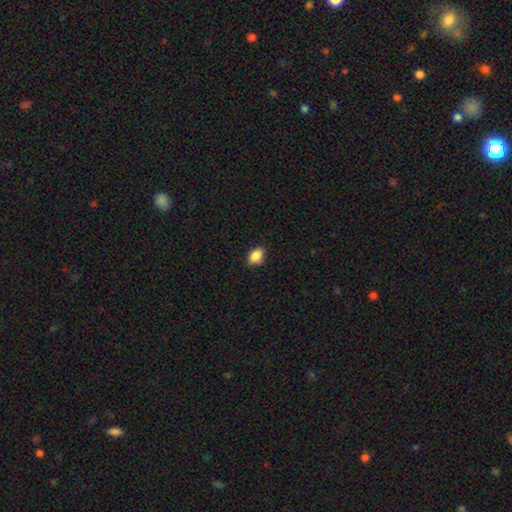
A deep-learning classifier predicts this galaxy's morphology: Overall: smooth (87%). How rounded: in between (78%). Merging: none (80%).